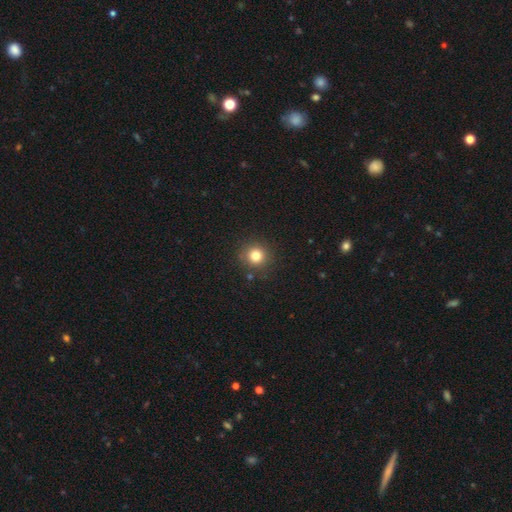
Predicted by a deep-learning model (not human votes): Morphology: type=smooth (80%); roundness=round (93%); merging=none (88%).